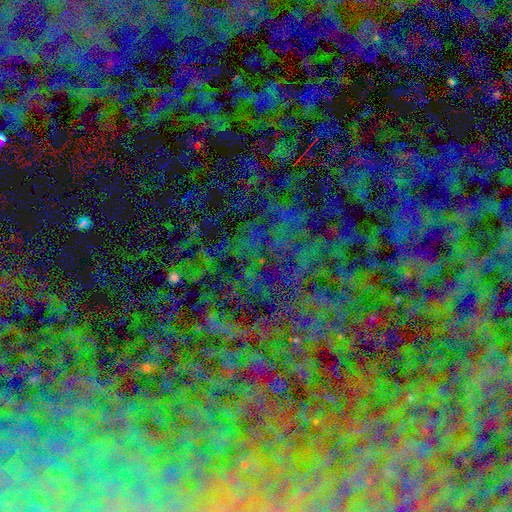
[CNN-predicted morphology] Overall: star or artifact (81%).